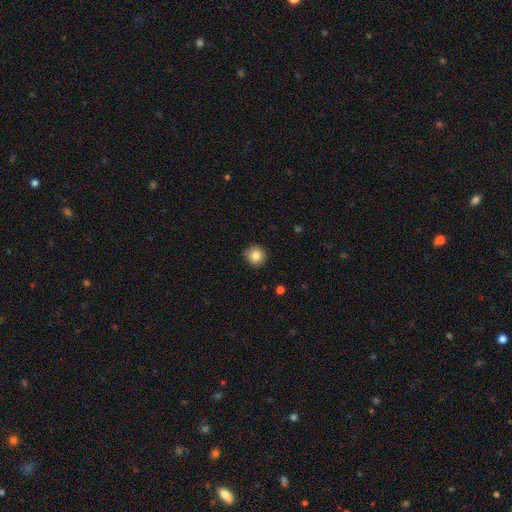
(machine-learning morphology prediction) smooth 83%, star or artifact 9%, featured or disk 7%. Down the decision tree: how rounded — round (94%); merging — none (90%).